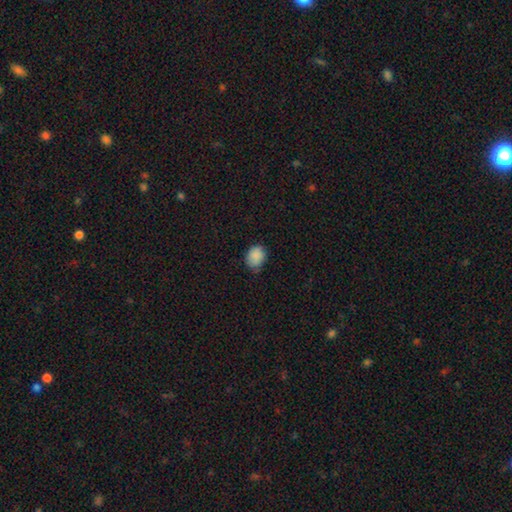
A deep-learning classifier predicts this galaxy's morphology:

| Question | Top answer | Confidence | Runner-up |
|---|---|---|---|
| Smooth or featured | smooth | 87% | star or artifact (8%) |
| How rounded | in between | 55% | round (44%) |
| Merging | none | 70% | minor disturbance (25%) |